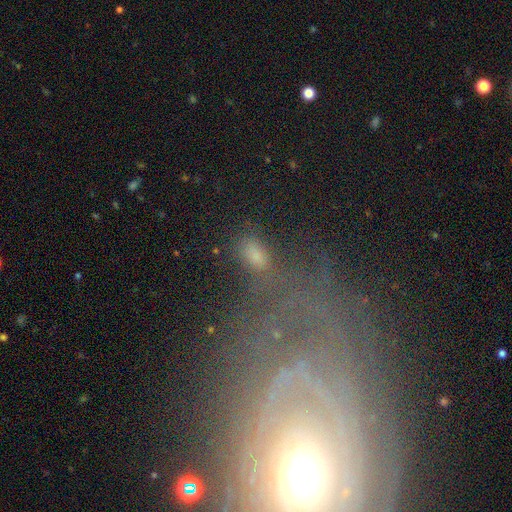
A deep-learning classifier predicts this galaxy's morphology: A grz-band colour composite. It shows a smooth galaxy with no disk features (57%) that is in between round and cigar-shaped (87%). Merging: none (61%).